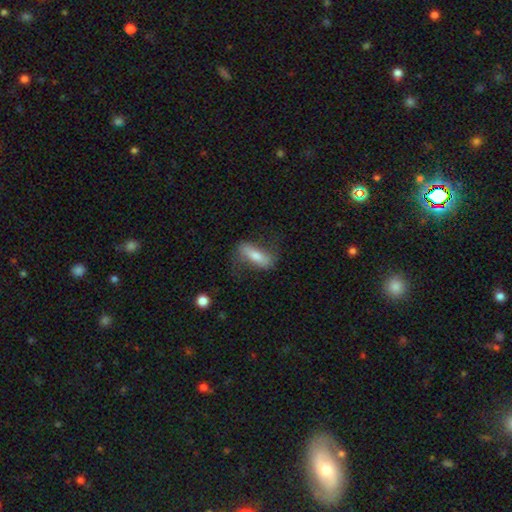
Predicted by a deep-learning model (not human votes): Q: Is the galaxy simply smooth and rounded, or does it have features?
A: smooth — 56%.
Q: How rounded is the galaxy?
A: in between — 49%.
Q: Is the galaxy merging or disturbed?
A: none — 63%.